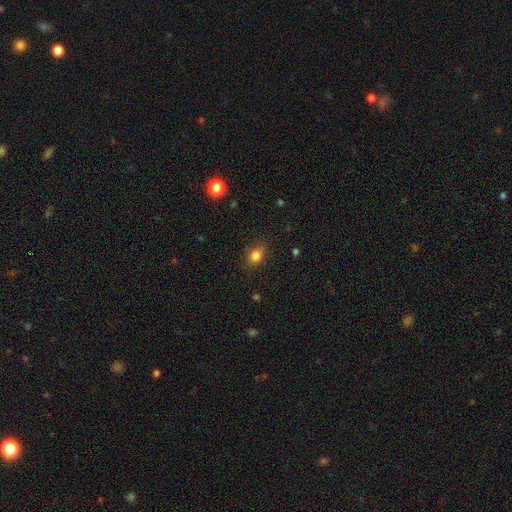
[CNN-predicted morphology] The model was most divided on "how rounded": in between: 50%, round: 49%, cigar-shaped: 1%. More confident: smooth or featured — smooth (83%); merging — none (76%).